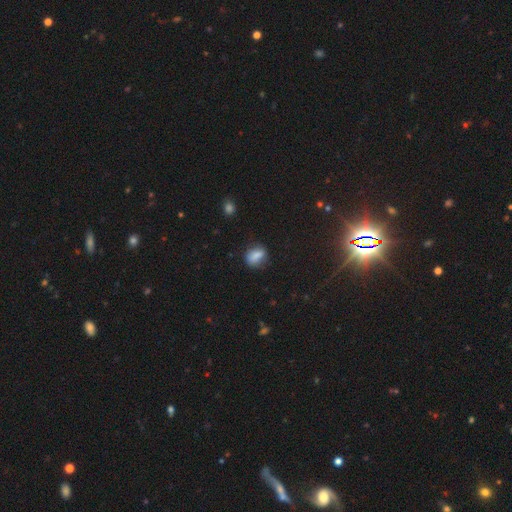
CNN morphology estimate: Smooth or featured: smooth — 81% (star or artifact — 10%)
How rounded: in between — 70% (round — 25%)
Merging: none — 69% (minor disturbance — 22%)